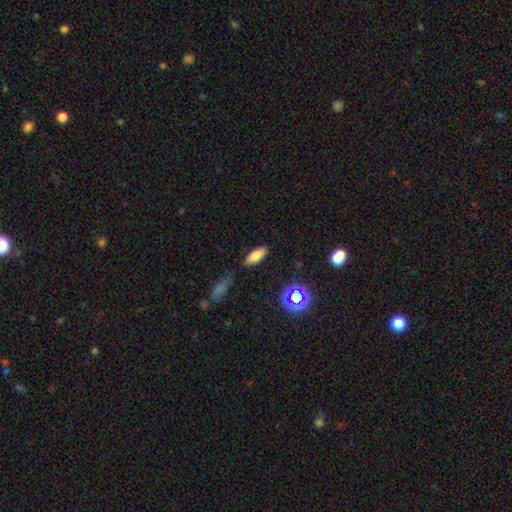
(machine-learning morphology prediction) The model was most divided on "how rounded": in between: 78%, cigar-shaped: 19%, round: 3%. More confident: merging — none (83%); smooth or featured — smooth (76%).